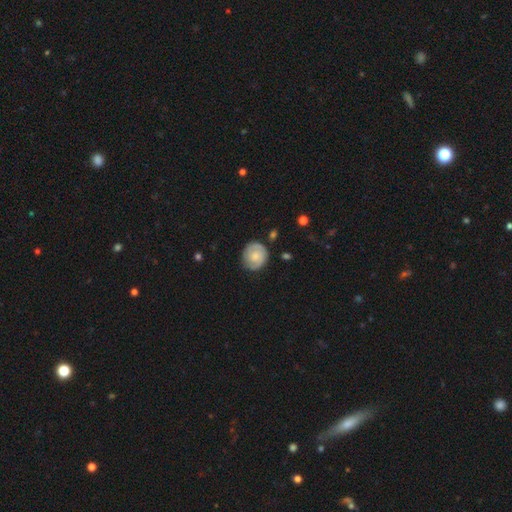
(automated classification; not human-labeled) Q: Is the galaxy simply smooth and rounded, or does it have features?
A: featured or disk — 61%.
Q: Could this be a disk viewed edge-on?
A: no — 98%.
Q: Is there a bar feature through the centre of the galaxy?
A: no — 71%.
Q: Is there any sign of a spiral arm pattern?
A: yes — 89%.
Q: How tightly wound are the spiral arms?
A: tight — 65%.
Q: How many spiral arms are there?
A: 2 — 65%.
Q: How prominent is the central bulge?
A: small — 45%.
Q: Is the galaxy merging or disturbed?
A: none — 79%.